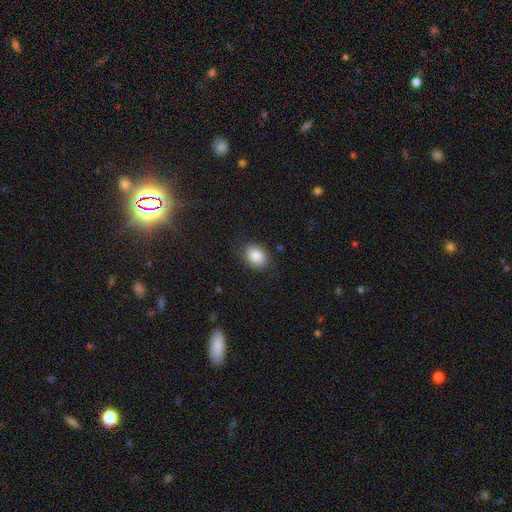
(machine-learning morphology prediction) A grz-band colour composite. It shows a smooth galaxy with no disk features (86%) that is in between round and cigar-shaped (69%). Merging: none (85%).